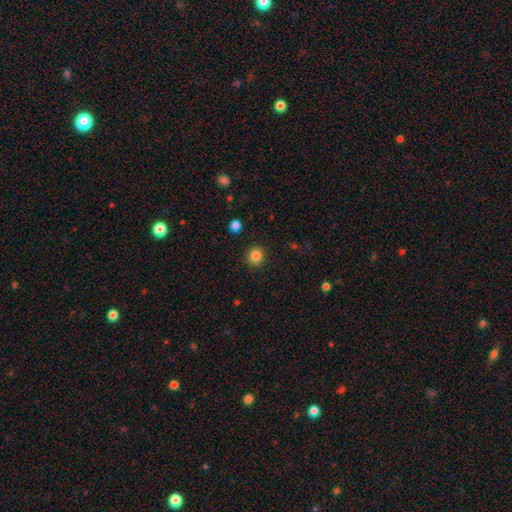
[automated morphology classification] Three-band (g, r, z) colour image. It shows a smooth galaxy with no disk features (84%) that is round (90%). Merging: none (92%).